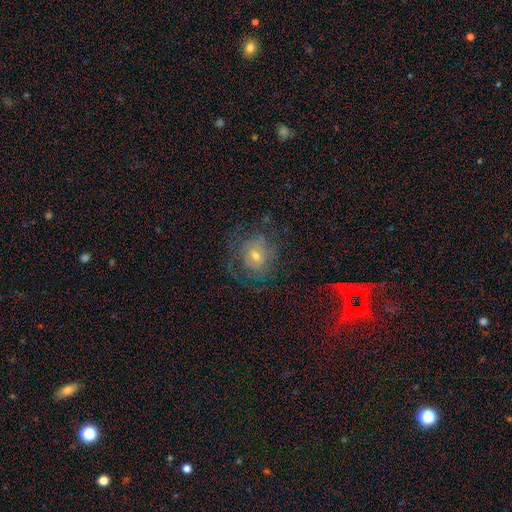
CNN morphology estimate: A featured or disk galaxy (58%) with no bar (70%), spiral arms (70%) and a small central bulge (48%).

Vote fractions:
- Smooth or featured? featured or disk: 58% / smooth: 27% / star or artifact: 15%
- Edge-on disk? no: 96% / yes: 4%
- Bar? no: 70% / weak: 24% / strong: 7%
- Spiral arms? yes: 70% / no: 30%
- Bulge size? small: 48% / moderate: 46% / large: 3% / none: 1% / dominant: 1%
- Merging? none: 61% / major disturbance: 20% / minor disturbance: 17% / merger: 2%